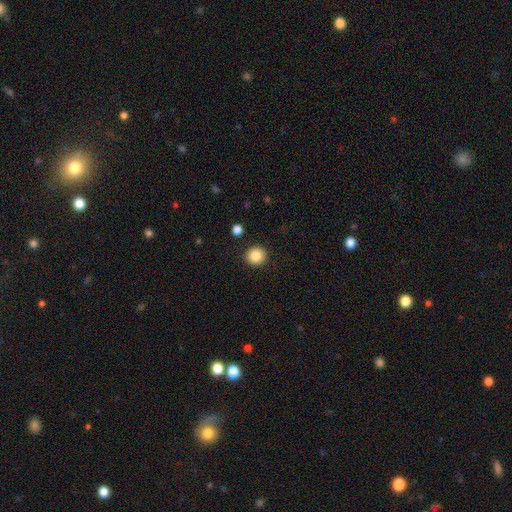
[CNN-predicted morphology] Overall: smooth (86%). How rounded: round (89%). Merging: none (91%).